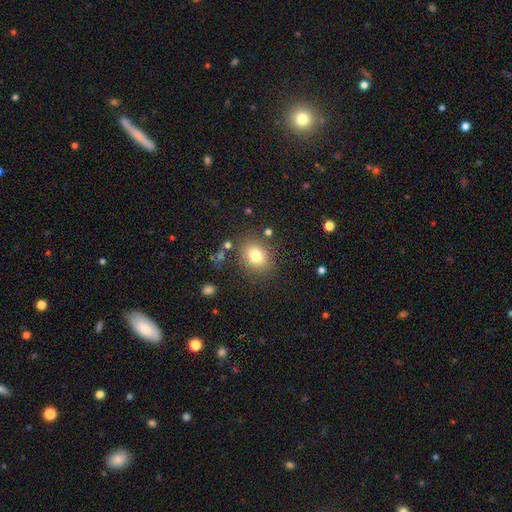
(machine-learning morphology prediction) The model was most divided on "how rounded": round: 53%, in between: 46%, cigar-shaped: 1%. More confident: merging — none (82%); smooth or featured — smooth (78%).